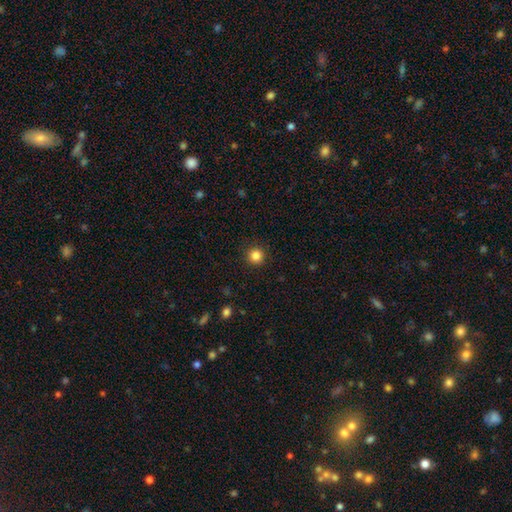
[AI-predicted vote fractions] A smooth galaxy with no disk features (84%) that is round (95%). Merging: none (92%).